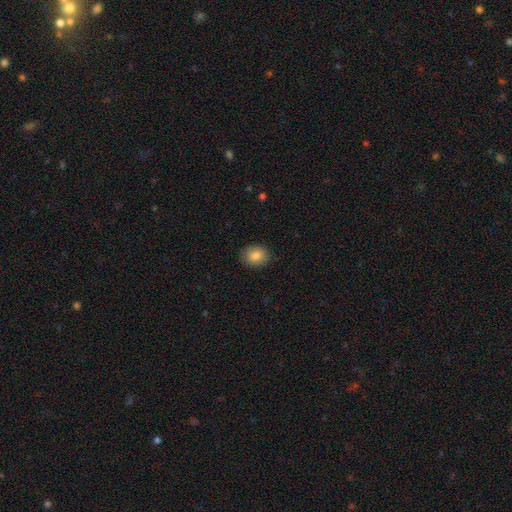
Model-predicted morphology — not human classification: smooth_or_featured: smooth (p=0.85) [alt: star or artifact p=0.08]
how_rounded: round (p=0.54) [alt: in between p=0.45]
merging: none (p=0.87) [alt: minor disturbance p=0.09]